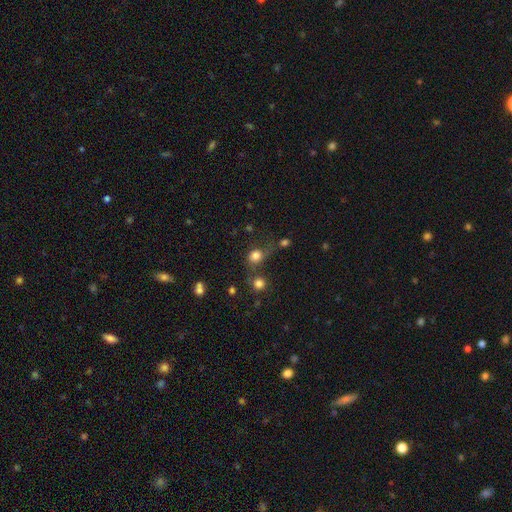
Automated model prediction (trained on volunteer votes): Morphology: type=smooth (78%); roundness=round (73%); merging=none (41%).